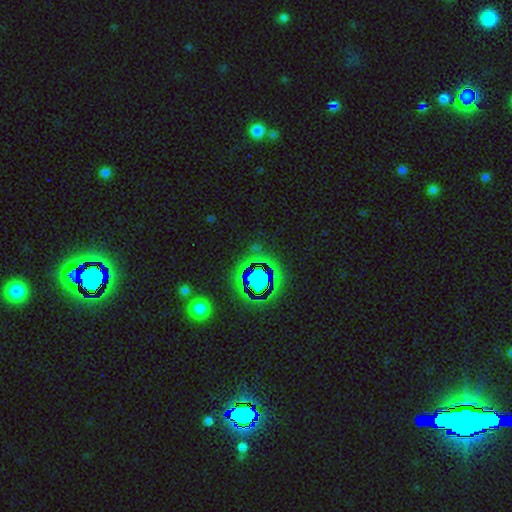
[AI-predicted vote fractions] smooth_or_featured: star or artifact (p=0.77) [alt: smooth p=0.12]